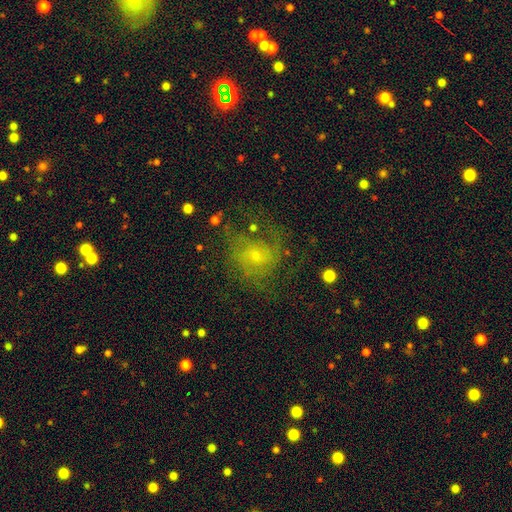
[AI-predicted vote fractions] A featured or disk galaxy (55%) with no bar (75%), spiral arms (73%) and a small central bulge (67%).

Vote fractions:
- Smooth or featured? featured or disk: 55% / smooth: 29% / star or artifact: 16%
- Edge-on disk? no: 97% / yes: 3%
- Bar? no: 75% / weak: 22% / strong: 3%
- Spiral arms? yes: 73% / no: 27%
- Bulge size? small: 67% / moderate: 23% / none: 7% / large: 2% / dominant: 1%
- Merging? none: 54% / major disturbance: 25% / minor disturbance: 19% / merger: 2%